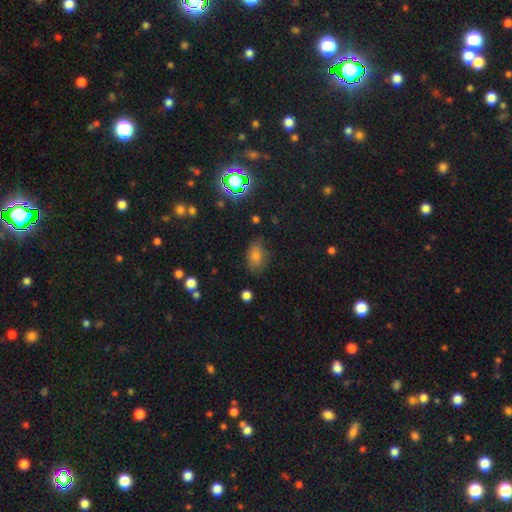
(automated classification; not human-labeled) Smooth or featured? Predicted: smooth (p=0.68). How rounded? Predicted: in between (p=0.80). Merging? Predicted: none (p=0.77).